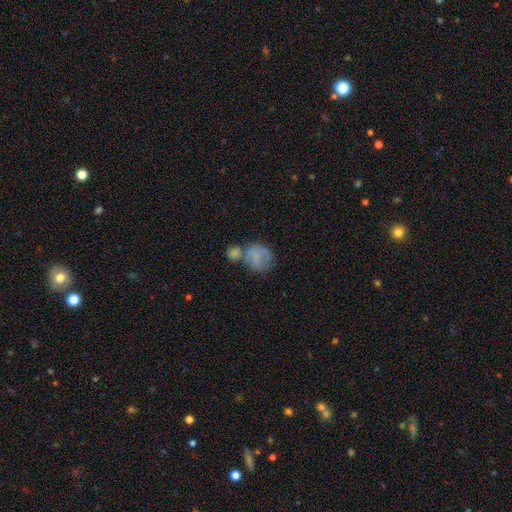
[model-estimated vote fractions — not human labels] A smooth galaxy with no disk features (66%) that is round (58%). Merging: merger (45%).